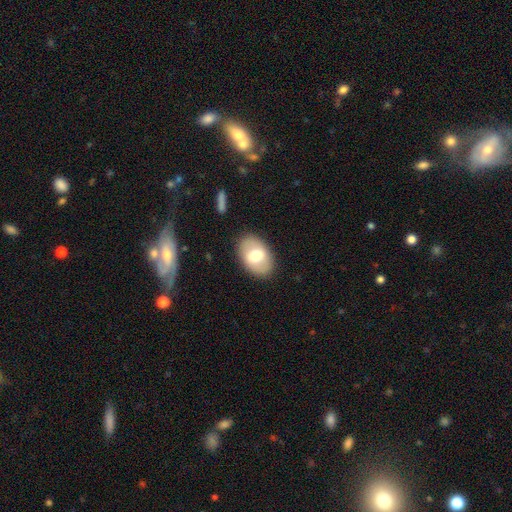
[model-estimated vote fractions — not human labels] A smooth galaxy with no disk features (63%) that is in between round and cigar-shaped (86%).

Vote fractions:
- Smooth or featured? smooth: 63% / featured or disk: 30% / star or artifact: 6%
- How rounded? in between: 86% / round: 13% / cigar-shaped: 1%
- Merging? none: 86% / minor disturbance: 9% / major disturbance: 3% / merger: 1%